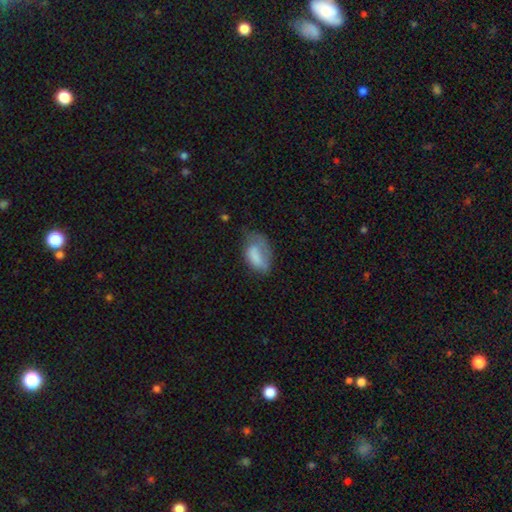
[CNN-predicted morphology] Smooth or featured? Predicted: smooth (p=0.70). How rounded? Predicted: in between (p=0.90). Merging? Predicted: major disturbance (p=0.36).